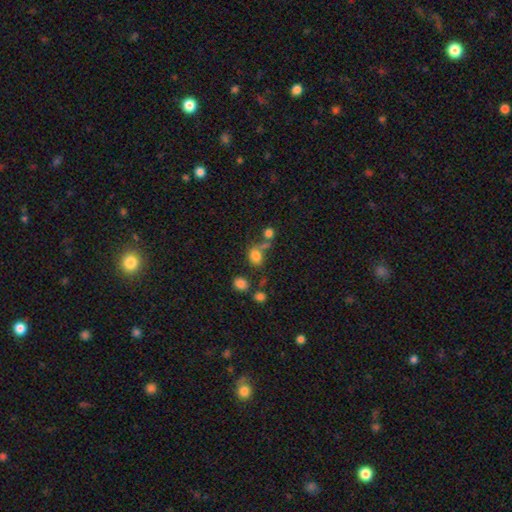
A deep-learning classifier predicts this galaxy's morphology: smooth_or_featured: smooth (p=0.79) [alt: star or artifact p=0.14]
how_rounded: round (p=0.50) [alt: in between p=0.49]
merging: none (p=0.53) [alt: merger p=0.25]